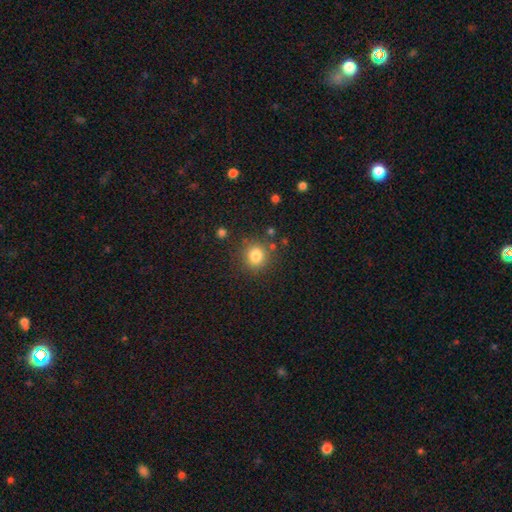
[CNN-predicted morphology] smooth-or-featured: smooth: 81% | star or artifact: 12% | featured or disk: 6%
  how-rounded: round: 89% | in between: 10% | cigar-shaped: 1%
  merging: none: 83% | minor disturbance: 10% | merger: 4% | major disturbance: 4%